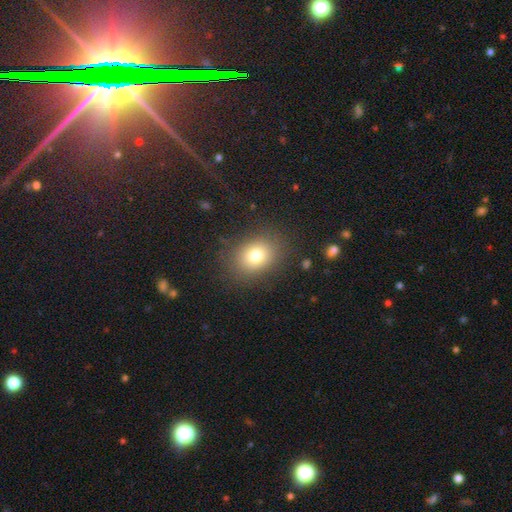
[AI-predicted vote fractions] This is likely a smooth galaxy (76%). How rounded: possibly in between (52%). Merging: clearly none (84%).